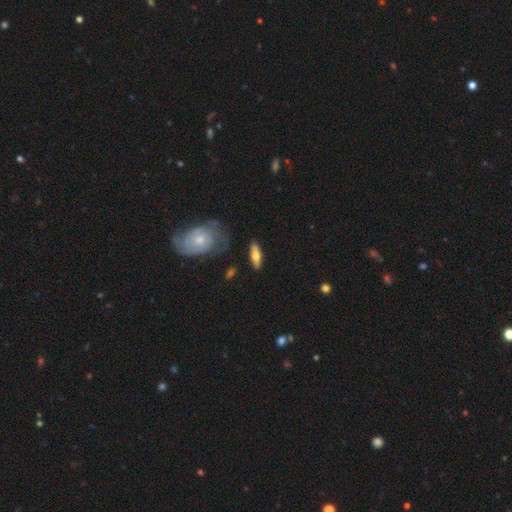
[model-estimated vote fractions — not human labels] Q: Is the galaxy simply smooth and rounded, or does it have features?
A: smooth — 51%.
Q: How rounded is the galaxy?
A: in between — 57%.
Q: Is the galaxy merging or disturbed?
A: none — 80%.